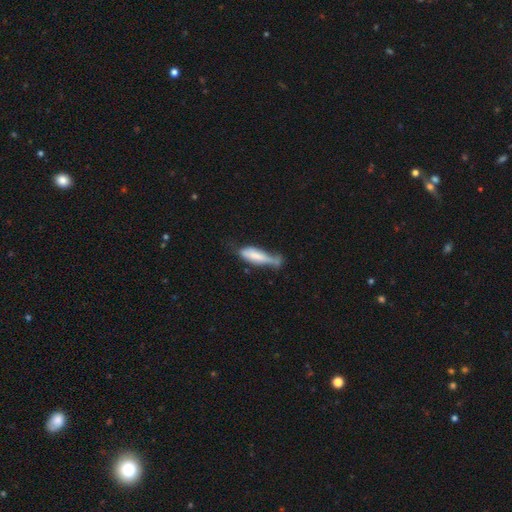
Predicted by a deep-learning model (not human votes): A smooth galaxy with no disk features (65%) that is cigar-shaped (62%). Merging: minor disturbance (33%).